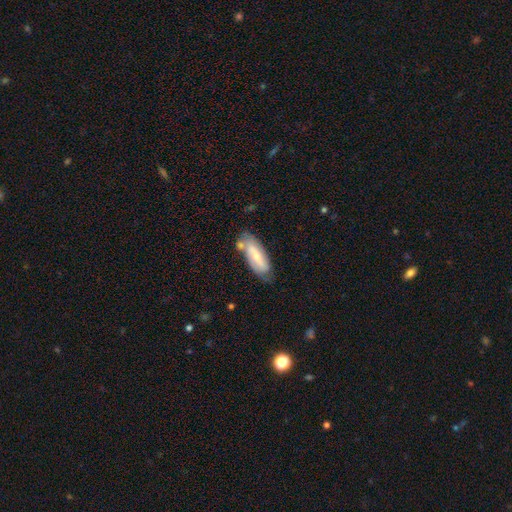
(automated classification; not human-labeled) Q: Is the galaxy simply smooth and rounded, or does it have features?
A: smooth — 52%.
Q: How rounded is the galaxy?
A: in between — 68%.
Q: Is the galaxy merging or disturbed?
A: none — 64%.